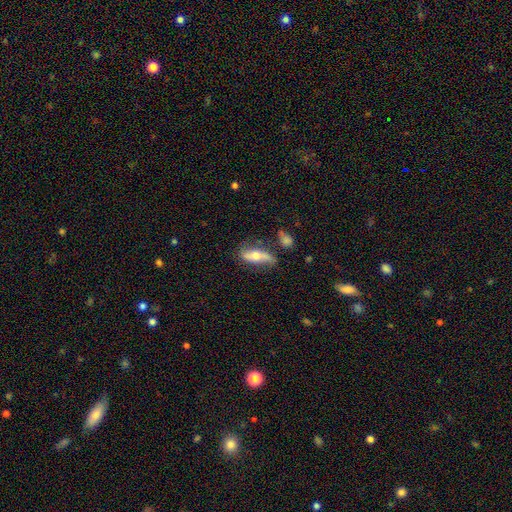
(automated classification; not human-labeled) A featured or disk galaxy (48%).

Vote fractions:
- Smooth or featured? featured or disk: 48% / smooth: 45% / star or artifact: 7%
- Merging? none: 61% / minor disturbance: 23% / major disturbance: 8% / merger: 7%